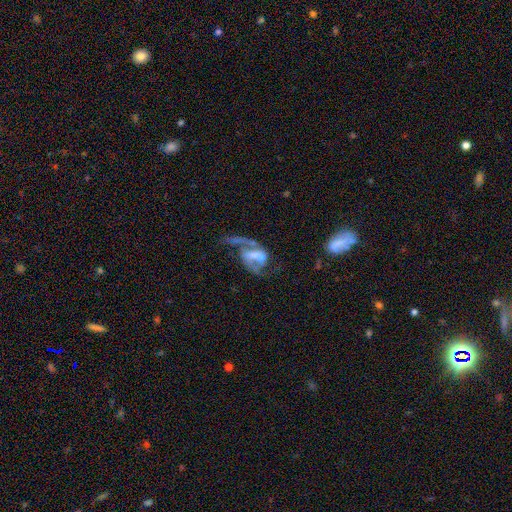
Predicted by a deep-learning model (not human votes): featured or disk 81%, smooth 11%, star or artifact 8%. Down the decision tree: edge-on disk — no (97%); bar — weak (41%); spiral arms — yes (87%); spiral arm count — 2 (80%); spiral winding — loose (53%); bulge size — none (31%); merging — none (36%).